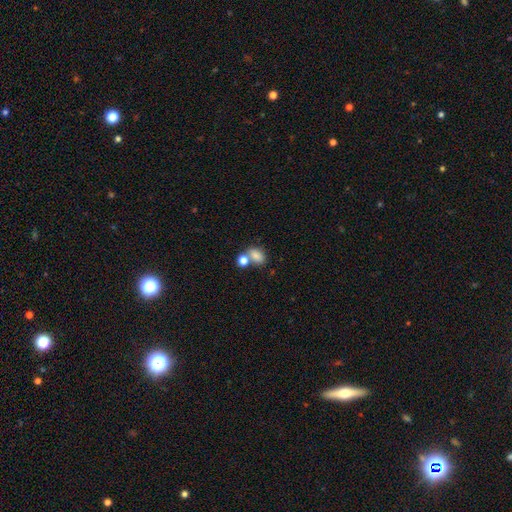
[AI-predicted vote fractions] Morphology: type=smooth (80%); roundness=in between (73%); merging=none (45%).